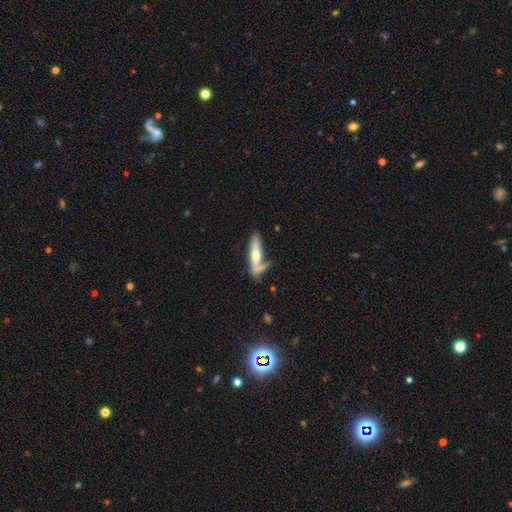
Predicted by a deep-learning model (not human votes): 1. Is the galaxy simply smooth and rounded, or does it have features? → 53% smooth, 42% featured or disk, 5% star or artifact.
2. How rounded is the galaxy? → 68% cigar-shaped, 29% in between, 2% round.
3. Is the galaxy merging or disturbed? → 50% none, 23% minor disturbance, 14% merger, 13% major disturbance.